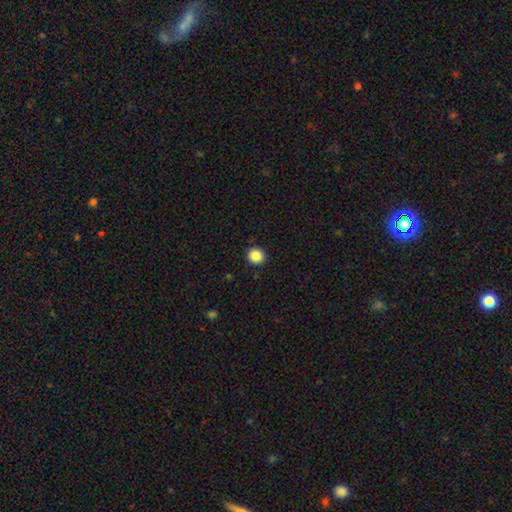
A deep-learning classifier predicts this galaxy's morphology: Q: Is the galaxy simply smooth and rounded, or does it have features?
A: smooth — 87%.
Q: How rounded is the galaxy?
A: round — 92%.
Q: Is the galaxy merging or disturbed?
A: none — 93%.